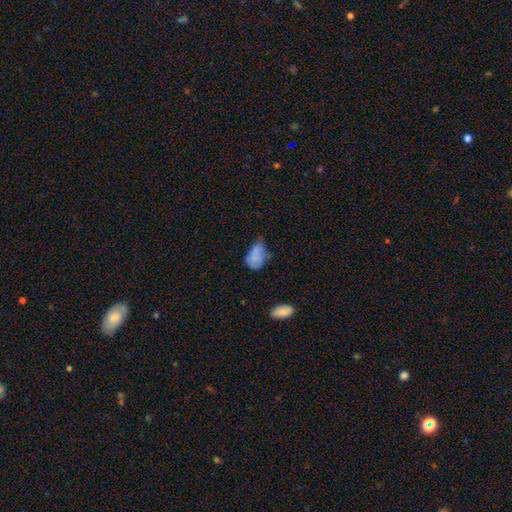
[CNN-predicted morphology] Q: Smooth or featured?
A: smooth (74%); runner-up: featured or disk (16%)
Q: How rounded?
A: in between (82%); runner-up: round (17%)
Q: Merging?
A: minor disturbance (43%); runner-up: none (30%)